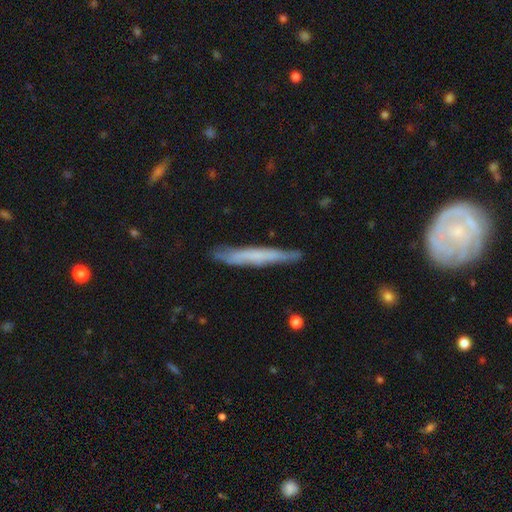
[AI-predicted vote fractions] Overall: smooth (50%; featured or disk 43%). How rounded: cigar-shaped (95%). Merging: none (79%).